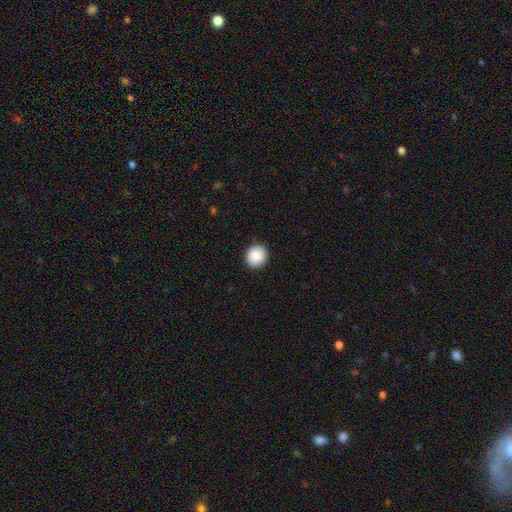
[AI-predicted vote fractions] This appears to be a smooth galaxy with no disk features (87%) that is round (78%). Merging: none (90%).